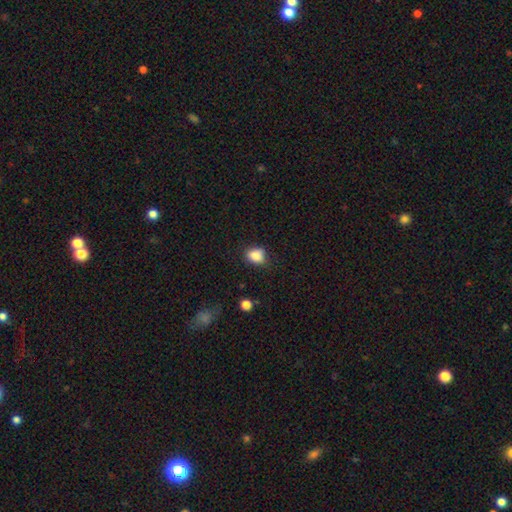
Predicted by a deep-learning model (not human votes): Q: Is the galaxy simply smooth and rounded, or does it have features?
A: smooth — 85%.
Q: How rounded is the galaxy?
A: in between — 56%.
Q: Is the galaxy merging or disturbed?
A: none — 72%.